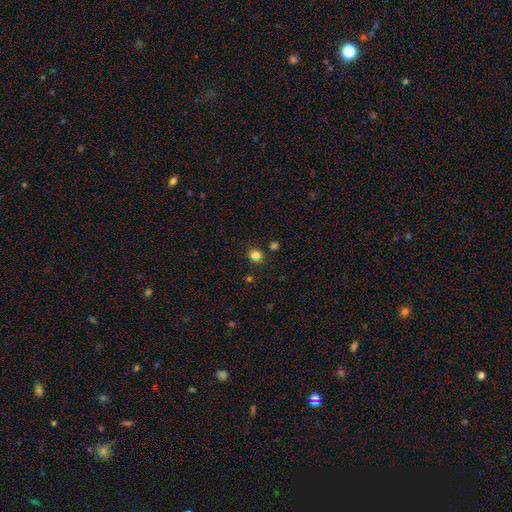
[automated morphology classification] Smooth or featured: smooth — 80% (star or artifact — 15%)
How rounded: round — 81% (in between — 18%)
Merging: none — 83% (minor disturbance — 9%)